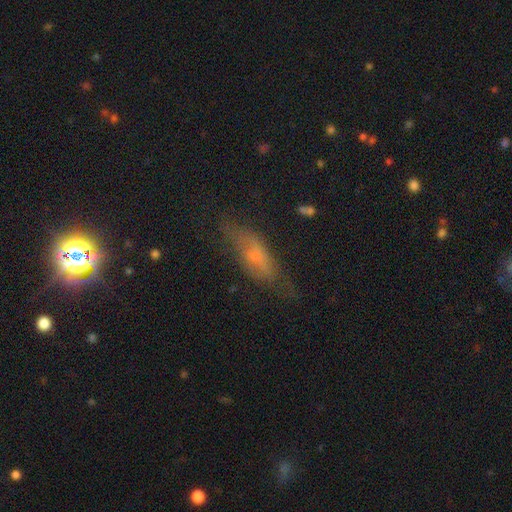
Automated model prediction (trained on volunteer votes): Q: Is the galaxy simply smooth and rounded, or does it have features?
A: smooth — 53%.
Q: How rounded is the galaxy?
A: in between — 50%.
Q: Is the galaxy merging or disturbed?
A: none — 58%.